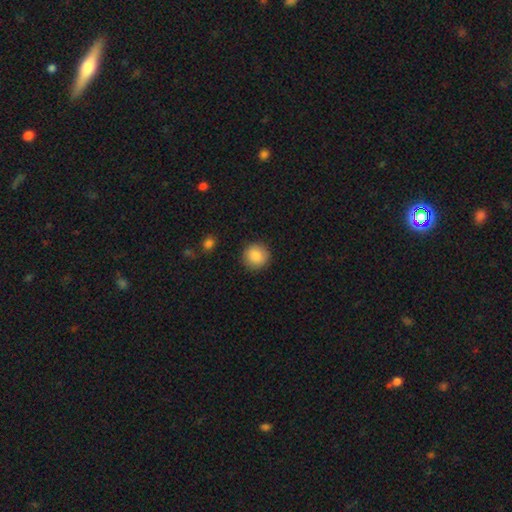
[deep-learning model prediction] smooth-or-featured: smooth: 87% | star or artifact: 8% | featured or disk: 5%
  how-rounded: round: 94% | in between: 5% | cigar-shaped: 1%
  merging: none: 90% | minor disturbance: 6% | major disturbance: 2% | merger: 1%